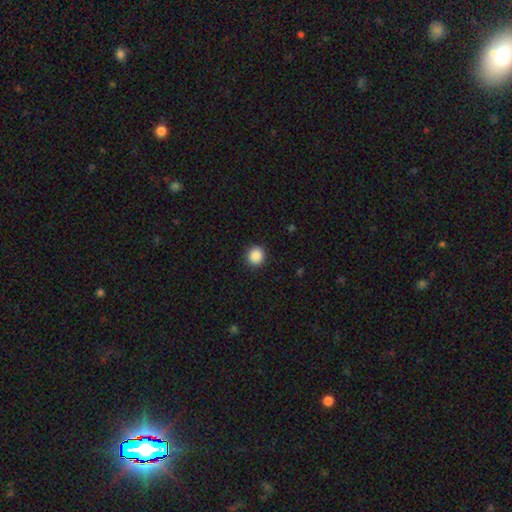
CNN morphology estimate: smooth_or_featured: smooth (p=0.88) [alt: star or artifact p=0.09]
how_rounded: round (p=0.91) [alt: in between p=0.08]
merging: none (p=0.92) [alt: minor disturbance p=0.05]